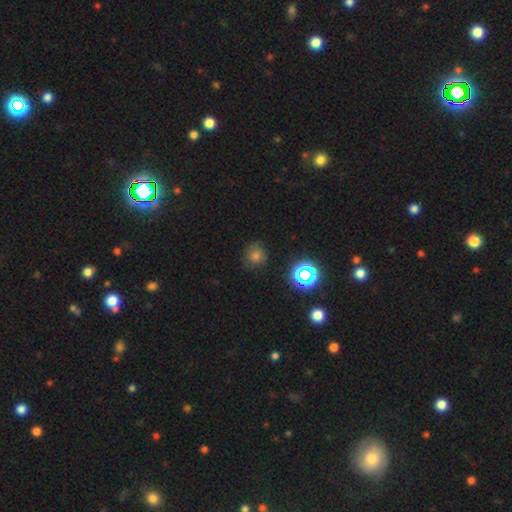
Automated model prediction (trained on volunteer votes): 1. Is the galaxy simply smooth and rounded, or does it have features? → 69% smooth, 22% star or artifact, 9% featured or disk.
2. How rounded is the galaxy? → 89% round, 9% in between, 1% cigar-shaped.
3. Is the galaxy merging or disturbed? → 80% none, 14% minor disturbance, 4% major disturbance, 2% merger.